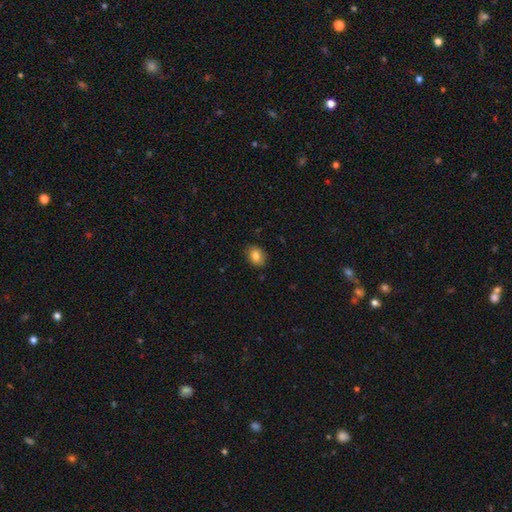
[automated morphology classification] Smooth or featured: smooth — 84% (star or artifact — 9%)
How rounded: in between — 65% (round — 34%)
Merging: none — 86% (minor disturbance — 11%)